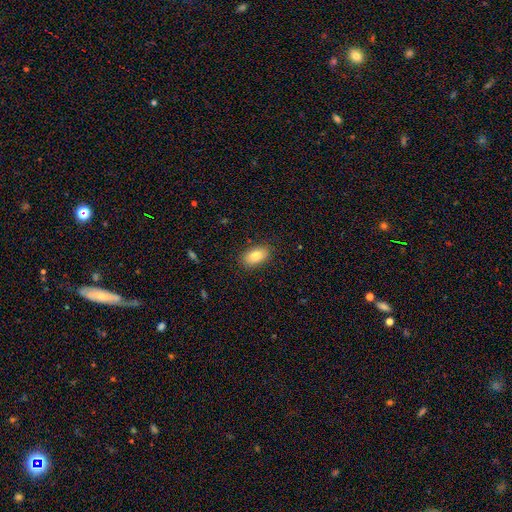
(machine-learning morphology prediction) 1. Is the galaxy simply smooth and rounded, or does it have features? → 82% smooth, 10% featured or disk, 8% star or artifact.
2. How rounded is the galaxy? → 92% in between, 6% round, 2% cigar-shaped.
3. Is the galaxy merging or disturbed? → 87% none, 9% minor disturbance, 2% major disturbance, 1% merger.